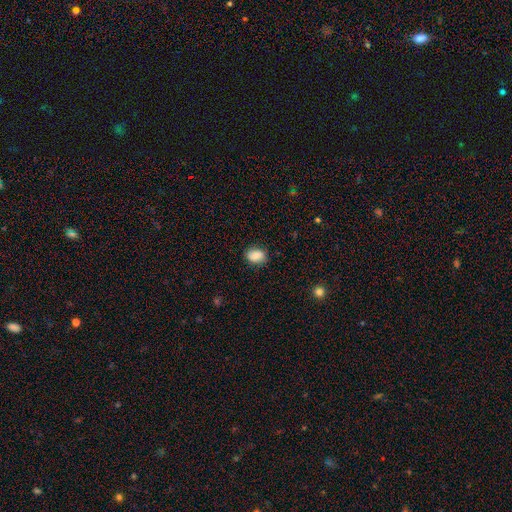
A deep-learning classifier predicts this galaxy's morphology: This is clearly a smooth galaxy (87%). How rounded: likely in between (76%). Merging: clearly none (82%).